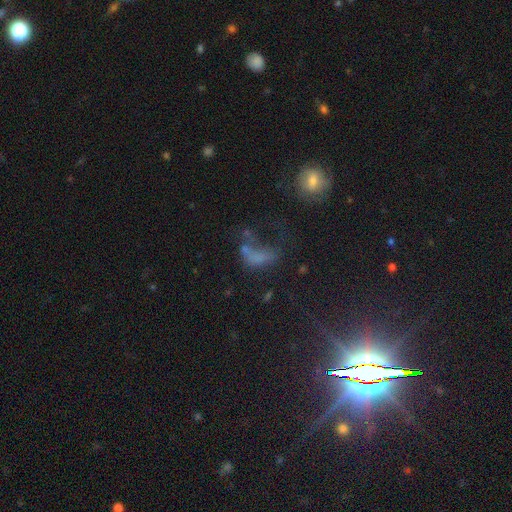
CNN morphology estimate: Smooth or featured: smooth — 44% (featured or disk — 28%)
Merging: major disturbance — 39% (none — 26%)